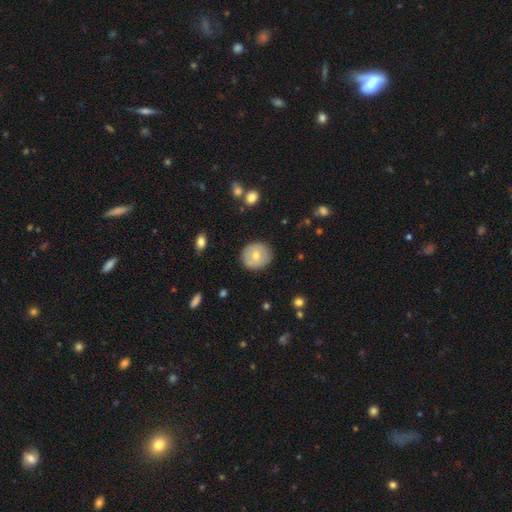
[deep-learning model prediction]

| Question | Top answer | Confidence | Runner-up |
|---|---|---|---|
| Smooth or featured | smooth | 61% | featured or disk (32%) |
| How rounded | round | 86% | in between (13%) |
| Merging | none | 85% | minor disturbance (11%) |